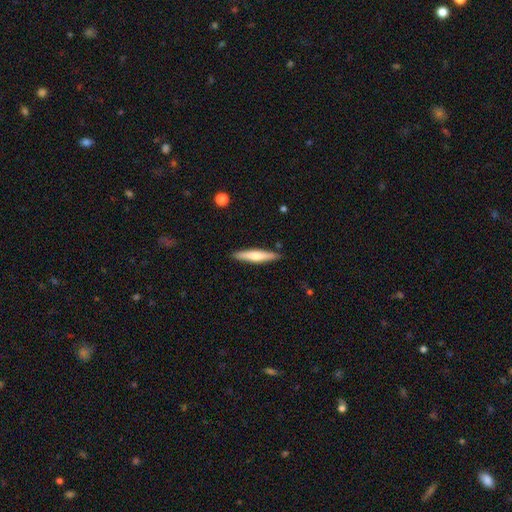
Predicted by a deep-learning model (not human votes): smooth 55%, featured or disk 40%, star or artifact 5%. Down the decision tree: how rounded — cigar-shaped (90%); merging — none (89%).